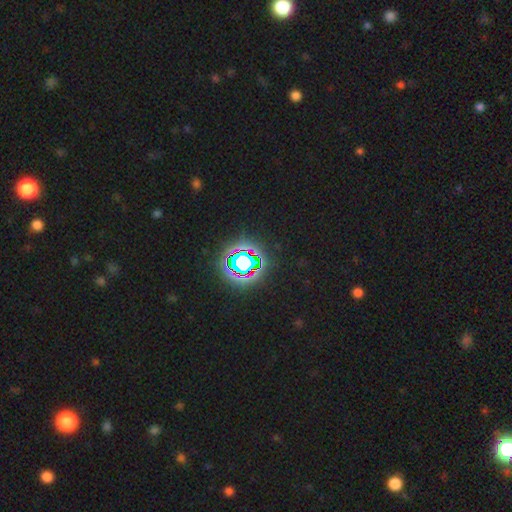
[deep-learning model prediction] smooth-or-featured: star or artifact: 83% | smooth: 11% | featured or disk: 6%